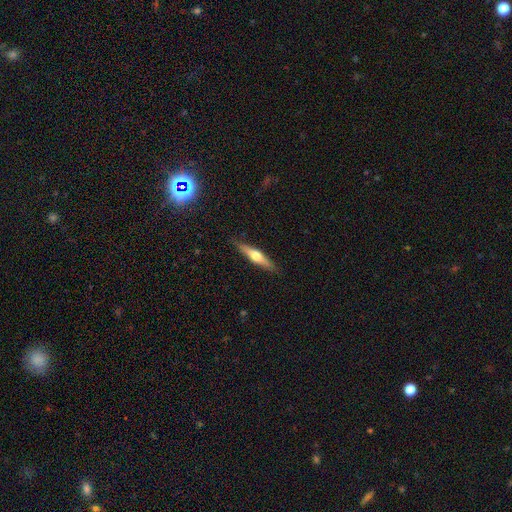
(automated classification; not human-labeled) Smooth or featured?
  - featured or disk: 57% *
  - smooth: 38%
  - star or artifact: 6%
Edge-on disk?
  - yes: 95% *
  - no: 5%
Edge-on bulge?
  - rounded: 92% *
  - boxy: 4%
  - none: 4%
Merging?
  - none: 88% *
  - minor disturbance: 9%
  - major disturbance: 2%
  - merger: 1%